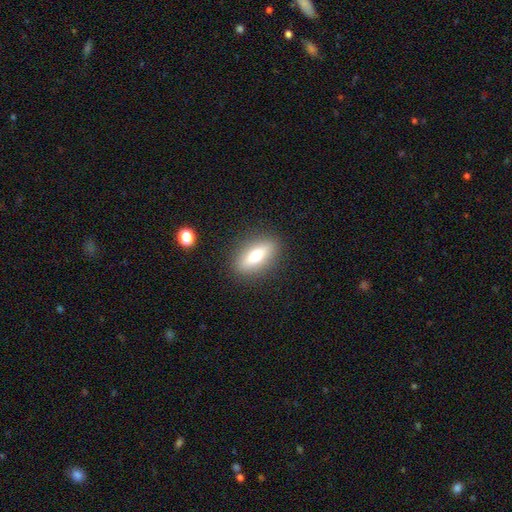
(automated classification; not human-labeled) smooth_or_featured: smooth (p=0.67) [alt: featured or disk p=0.25]
how_rounded: in between (p=0.67) [alt: cigar-shaped p=0.29]
merging: none (p=0.88) [alt: minor disturbance p=0.08]